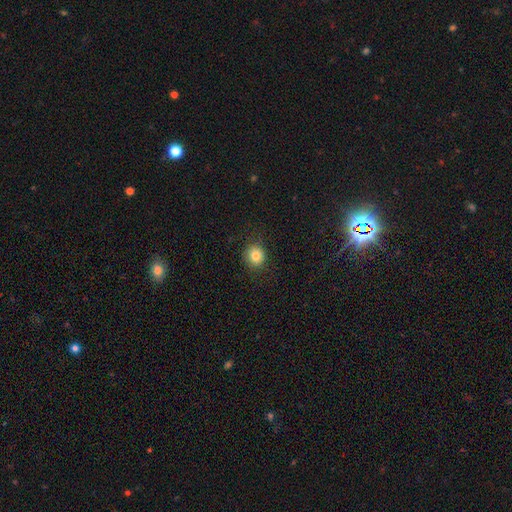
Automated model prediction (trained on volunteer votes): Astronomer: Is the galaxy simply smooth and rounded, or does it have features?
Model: smooth — 83%.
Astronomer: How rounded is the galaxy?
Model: round — 84%.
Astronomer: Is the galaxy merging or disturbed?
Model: none — 87%.